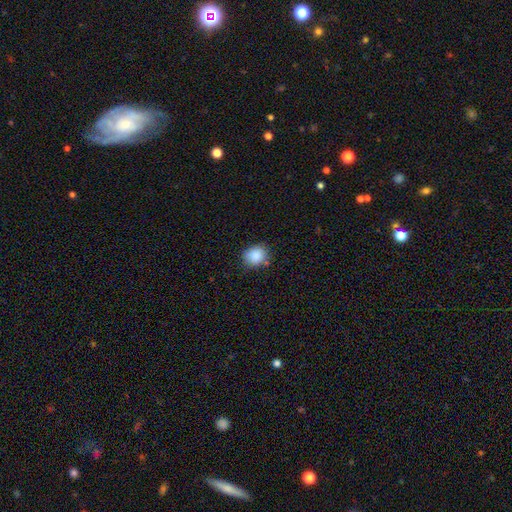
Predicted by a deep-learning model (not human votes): Smooth or featured? Predicted: smooth (p=0.86). How rounded? Predicted: round (p=0.68). Merging? Predicted: none (p=0.73).